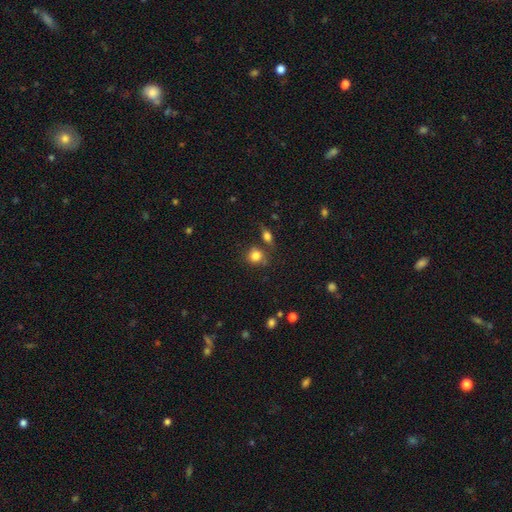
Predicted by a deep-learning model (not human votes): This appears to be a smooth galaxy with no disk features (81%) that is round (81%). Merging: none (67%).